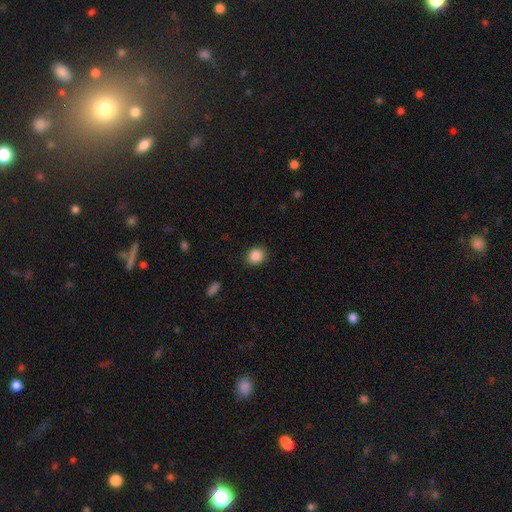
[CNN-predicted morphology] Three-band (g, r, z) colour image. It shows a smooth galaxy with no disk features (87%) that is round (79%). Merging: none (88%).